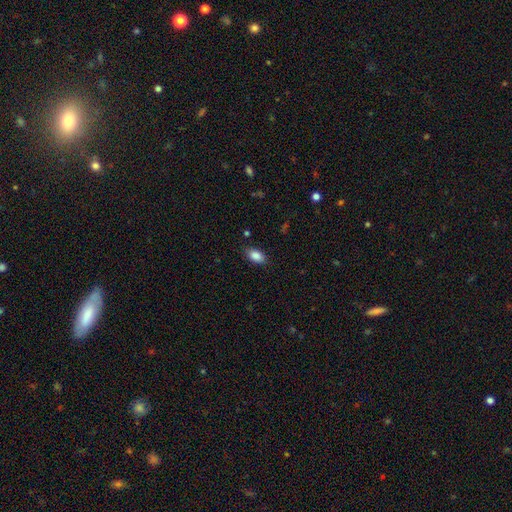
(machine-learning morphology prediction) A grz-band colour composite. It shows a smooth galaxy with no disk features (87%) that is in between round and cigar-shaped (91%). Merging: none (86%).